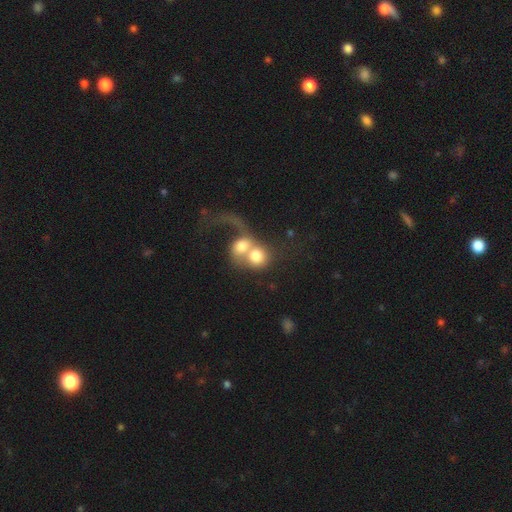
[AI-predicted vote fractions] Morphology: type=smooth (57%); roundness=round (69%); merging=merger (75%).